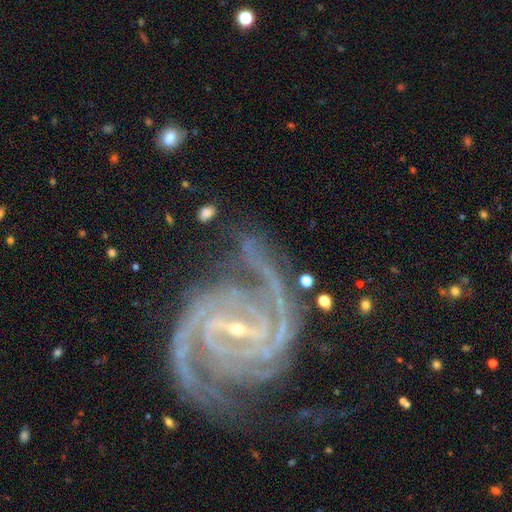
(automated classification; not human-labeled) This appears to be a featured or disk galaxy (92%) with a strong bar (64%), 2 (33%) tight (54%) spiral arms (99%) and a small central bulge (83%). Merging: none (64%).